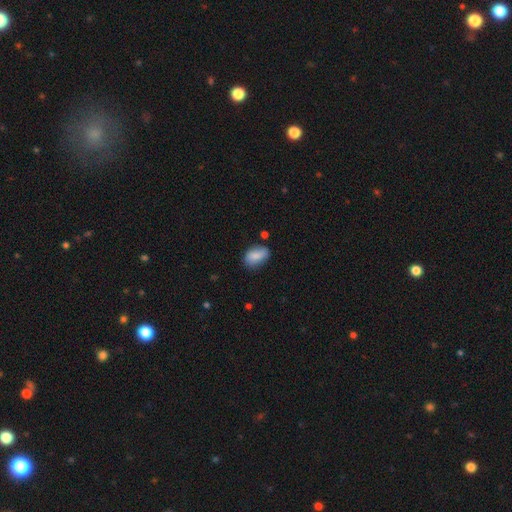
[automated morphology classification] Smooth or featured?
  - smooth: 84% *
  - featured or disk: 8%
  - star or artifact: 7%
How rounded?
  - in between: 90% *
  - round: 8%
  - cigar-shaped: 2%
Merging?
  - none: 69% *
  - minor disturbance: 23%
  - major disturbance: 5%
  - merger: 3%